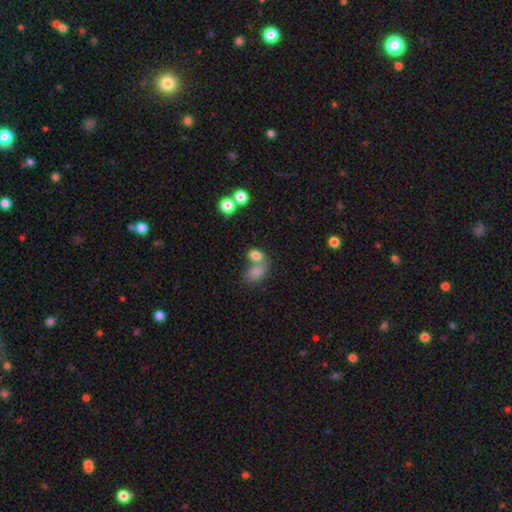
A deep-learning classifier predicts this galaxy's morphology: This is likely a smooth galaxy (80%). How rounded: likely in between (76%). Merging: possibly merger (48%).